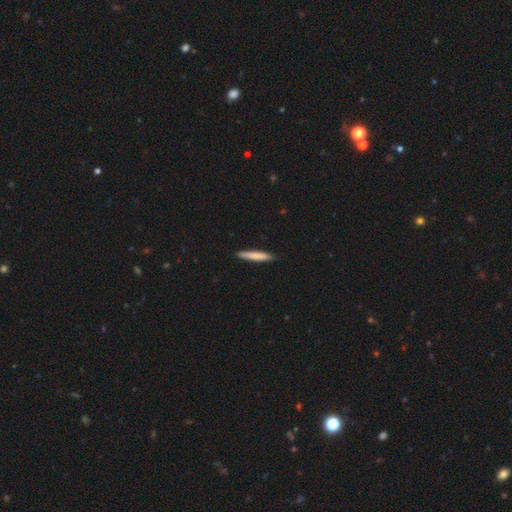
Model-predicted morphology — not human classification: Smooth or featured: smooth — 78% (featured or disk — 17%)
How rounded: cigar-shaped — 94% (in between — 5%)
Merging: none — 90% (minor disturbance — 7%)